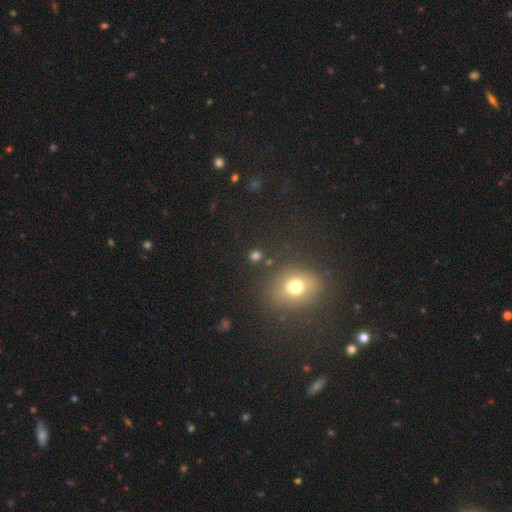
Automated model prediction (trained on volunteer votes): Smooth or featured? smooth (68%)
How rounded? round (83%)
Merging? none (82%)